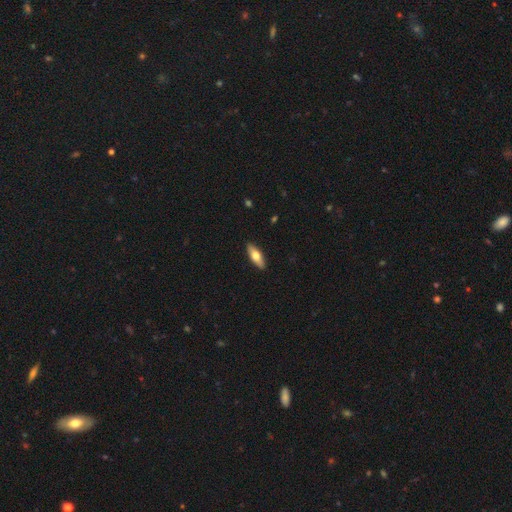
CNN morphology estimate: smooth 64%, featured or disk 30%, star or artifact 5%. Down the decision tree: how rounded — in between (64%); merging — none (90%).